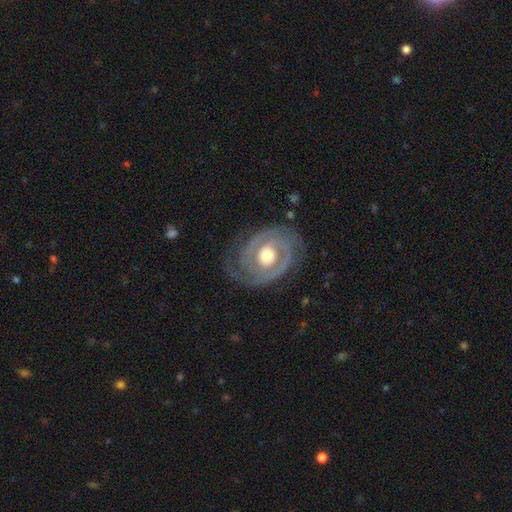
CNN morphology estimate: Smooth or featured: featured or disk — 88% (smooth — 7%)
Edge-on disk: no — 97% (yes — 3%)
Bar: no — 59% (weak — 29%)
Spiral arms: yes — 94% (no — 6%)
Spiral winding: tight — 69% (medium — 26%)
Spiral arm count: 2 — 74% (can't tell — 10%)
Bulge size: moderate — 73% (large — 16%)
Merging: none — 78% (minor disturbance — 15%)